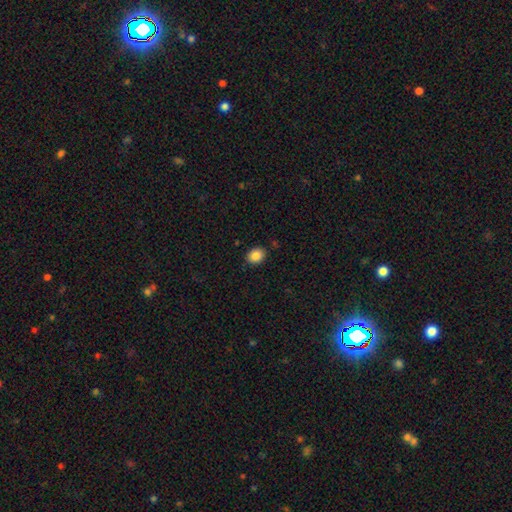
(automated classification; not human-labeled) This appears to be a smooth galaxy with no disk features (86%) that is in between round and cigar-shaped (53%). Merging: none (87%).